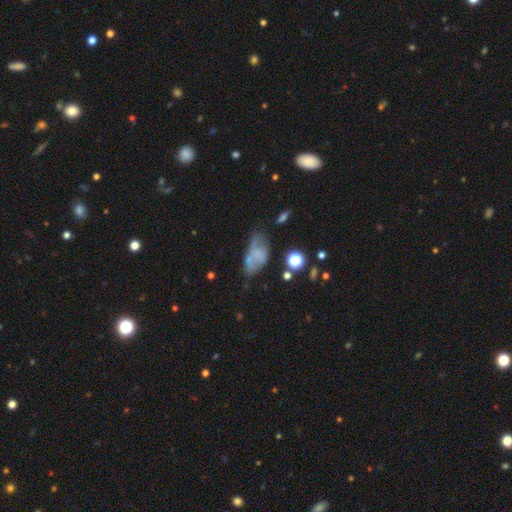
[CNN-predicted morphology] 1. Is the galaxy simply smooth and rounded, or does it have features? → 54% smooth, 33% featured or disk, 12% star or artifact.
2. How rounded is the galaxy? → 88% in between, 6% cigar-shaped, 6% round.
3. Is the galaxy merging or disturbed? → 42% none, 27% minor disturbance, 18% major disturbance, 13% merger.